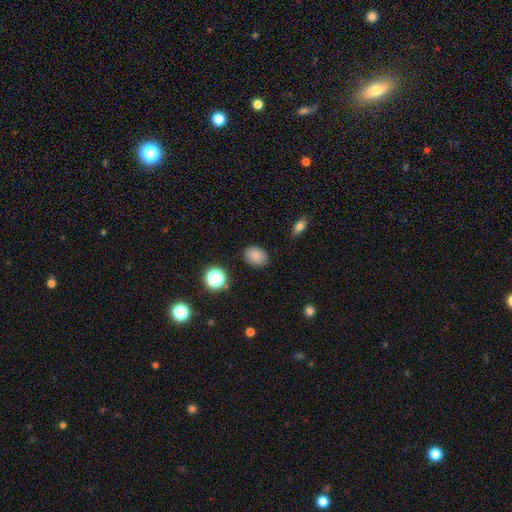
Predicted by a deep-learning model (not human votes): Smooth or featured? Predicted: smooth (p=0.84). How rounded? Predicted: in between (p=0.62). Merging? Predicted: none (p=0.86).